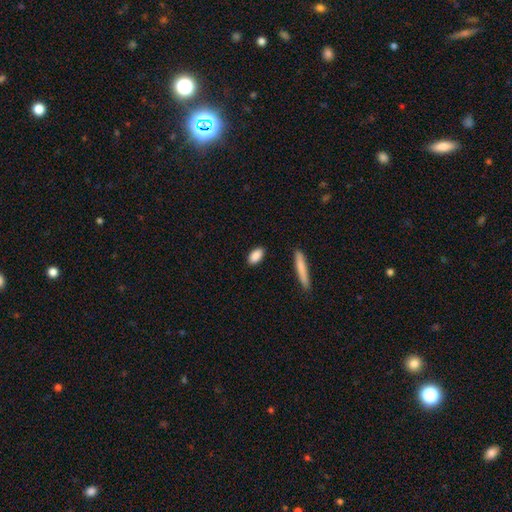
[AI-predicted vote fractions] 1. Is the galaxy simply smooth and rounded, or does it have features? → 89% smooth, 6% star or artifact, 5% featured or disk.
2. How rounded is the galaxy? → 87% in between, 8% cigar-shaped, 4% round.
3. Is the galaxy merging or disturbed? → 88% none, 8% minor disturbance, 2% major disturbance, 2% merger.